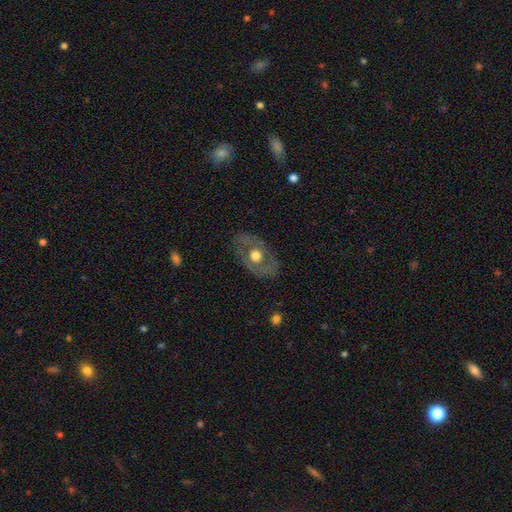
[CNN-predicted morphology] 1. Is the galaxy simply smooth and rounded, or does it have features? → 55% featured or disk, 38% smooth, 7% star or artifact.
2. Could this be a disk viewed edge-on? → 91% no, 9% yes.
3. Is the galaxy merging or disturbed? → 78% none, 15% minor disturbance, 6% major disturbance, 1% merger.